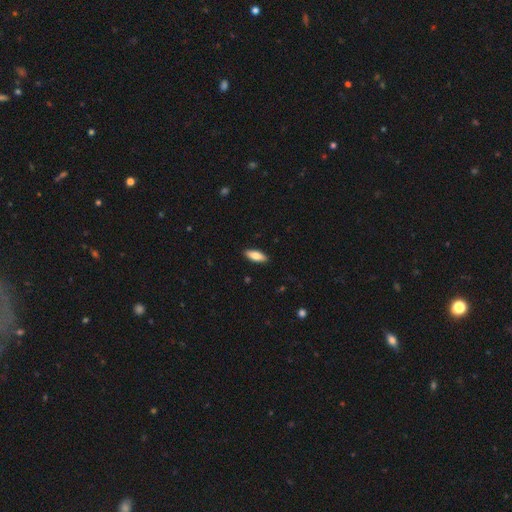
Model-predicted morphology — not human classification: Smooth or featured?
  - smooth: 80% *
  - featured or disk: 14%
  - star or artifact: 6%
How rounded?
  - in between: 70% *
  - cigar-shaped: 28%
  - round: 2%
Merging?
  - none: 90% *
  - minor disturbance: 8%
  - major disturbance: 2%
  - merger: 1%